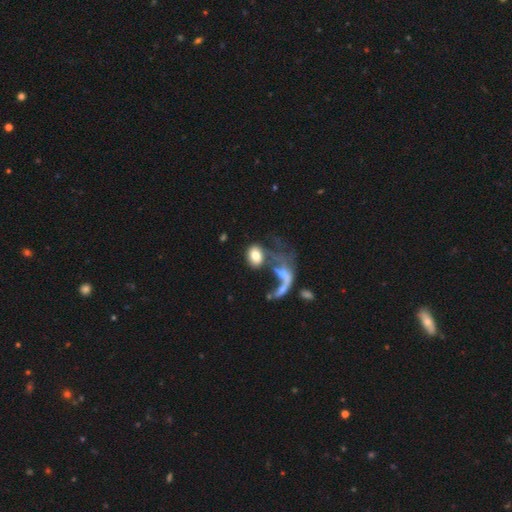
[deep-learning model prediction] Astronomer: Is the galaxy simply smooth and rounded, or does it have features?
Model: smooth — 71%.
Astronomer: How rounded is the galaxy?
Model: in between — 77%.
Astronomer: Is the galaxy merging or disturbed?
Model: merger — 34% (runner-up: major disturbance, 28%).